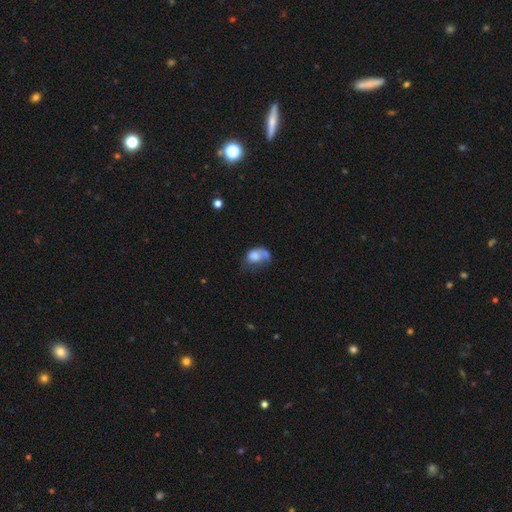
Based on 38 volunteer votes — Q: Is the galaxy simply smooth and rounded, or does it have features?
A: smooth — 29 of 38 (76%).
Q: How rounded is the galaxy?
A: in between — 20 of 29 (69%).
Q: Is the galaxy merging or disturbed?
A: major disturbance — 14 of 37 (38%).